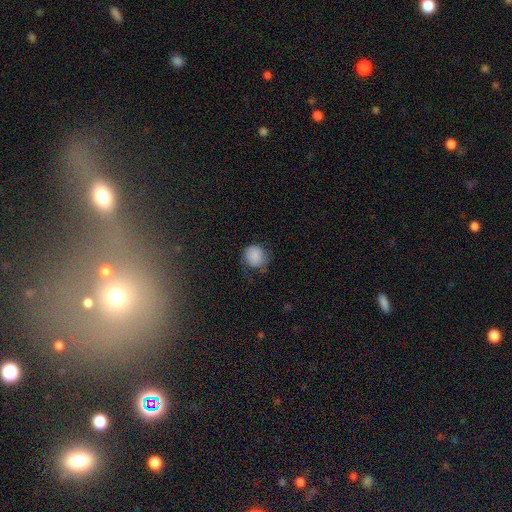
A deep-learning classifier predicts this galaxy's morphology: Smooth or featured: smooth — 85% (star or artifact — 9%)
How rounded: round — 80% (in between — 19%)
Merging: none — 60% (minor disturbance — 27%)